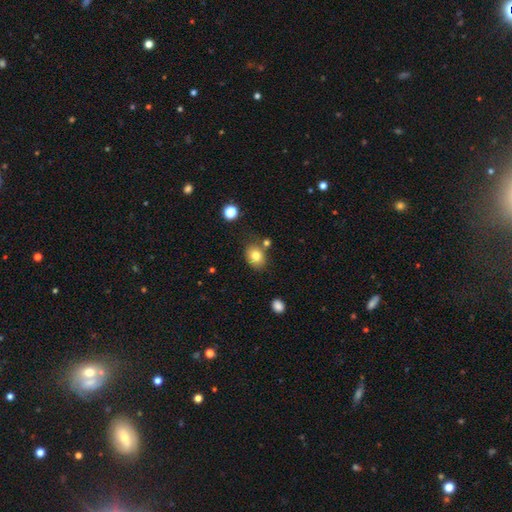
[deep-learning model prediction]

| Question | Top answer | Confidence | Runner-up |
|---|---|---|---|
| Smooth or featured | smooth | 79% | featured or disk (11%) |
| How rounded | in between | 57% | round (42%) |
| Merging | none | 71% | minor disturbance (15%) |